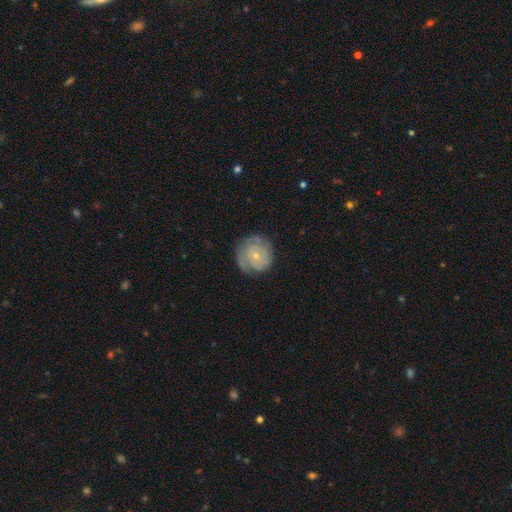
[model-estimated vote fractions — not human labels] Q: Smooth or featured?
A: featured or disk (66%); runner-up: smooth (28%)
Q: Edge-on disk?
A: no (98%); runner-up: yes (2%)
Q: Bar?
A: no (79%); runner-up: weak (18%)
Q: Spiral arms?
A: yes (84%); runner-up: no (16%)
Q: Spiral winding?
A: tight (72%); runner-up: medium (21%)
Q: Spiral arm count?
A: can't tell (38%); runner-up: 2 (33%)
Q: Bulge size?
A: small (70%); runner-up: moderate (26%)
Q: Merging?
A: none (70%); runner-up: minor disturbance (20%)